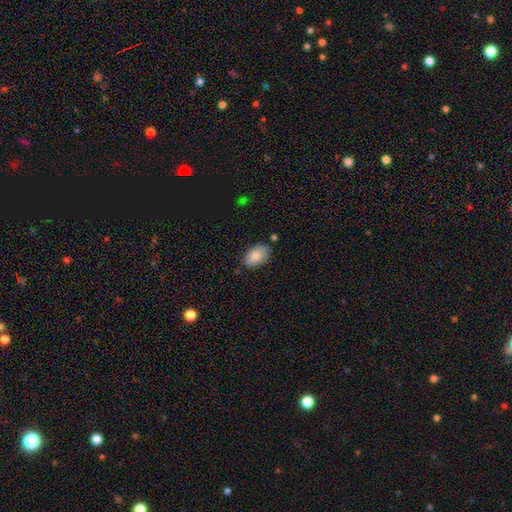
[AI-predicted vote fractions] A smooth galaxy with no disk features (86%) that is in between round and cigar-shaped (92%).

Vote fractions:
- Smooth or featured? smooth: 86% / featured or disk: 7% / star or artifact: 7%
- How rounded? in between: 92% / round: 7% / cigar-shaped: 1%
- Merging? none: 76% / minor disturbance: 17% / major disturbance: 3% / merger: 3%